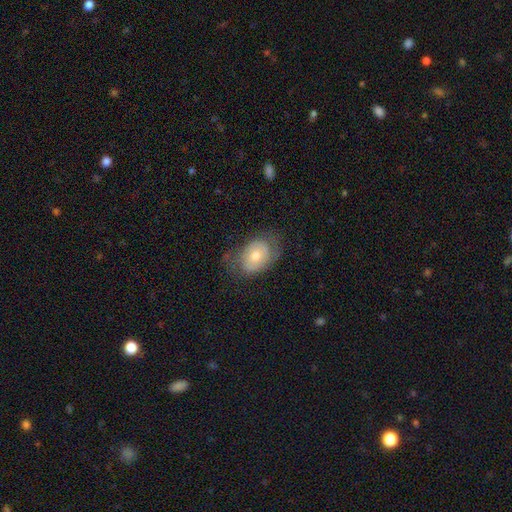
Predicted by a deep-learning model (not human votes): This appears to be a smooth galaxy with no disk features (54%) that is in between round and cigar-shaped (76%). Merging: none (59%).